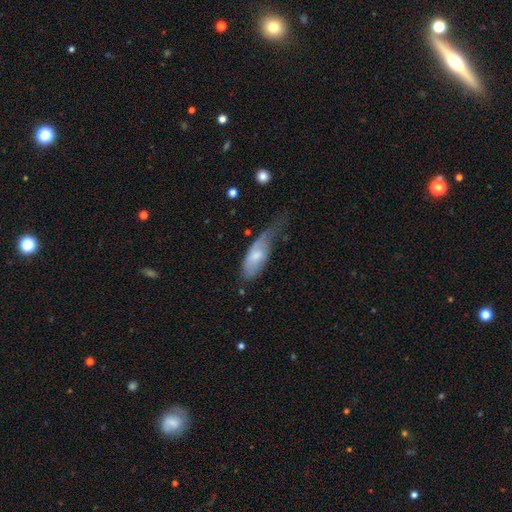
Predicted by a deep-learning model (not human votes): smooth 61%, featured or disk 33%, star or artifact 6%. Down the decision tree: how rounded — in between (80%); merging — major disturbance (42%).